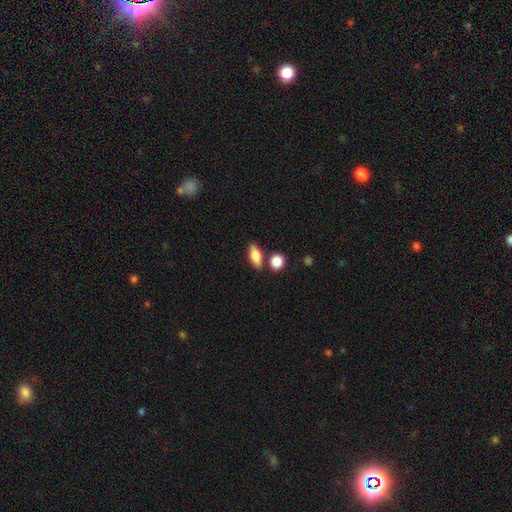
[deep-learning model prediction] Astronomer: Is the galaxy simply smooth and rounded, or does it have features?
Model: smooth — 75%.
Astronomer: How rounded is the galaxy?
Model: in between — 74%.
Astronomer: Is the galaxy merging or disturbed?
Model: none — 74%.